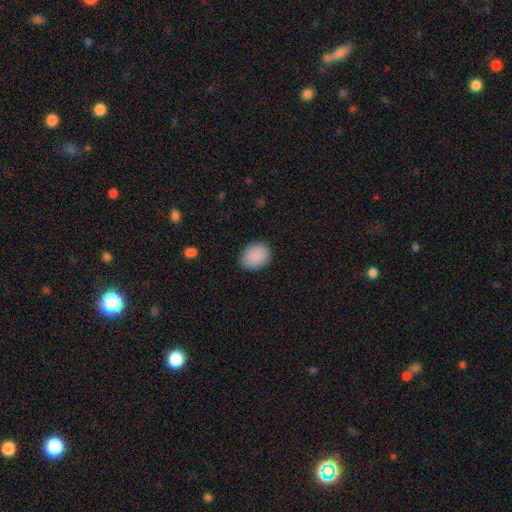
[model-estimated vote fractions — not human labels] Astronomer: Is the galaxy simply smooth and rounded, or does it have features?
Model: smooth — 90%.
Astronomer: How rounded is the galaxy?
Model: in between — 58% (runner-up: round, 41%).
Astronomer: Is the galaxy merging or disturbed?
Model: none — 87%.